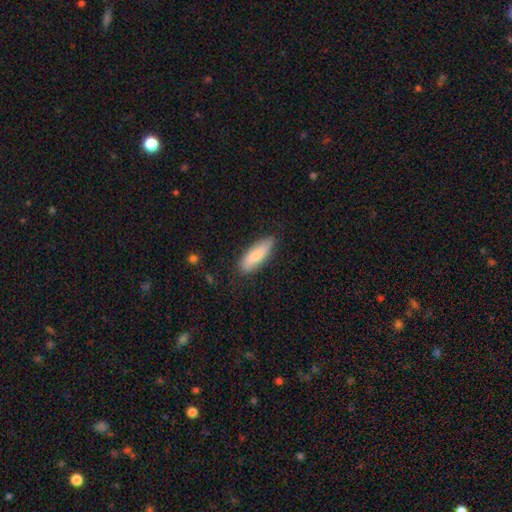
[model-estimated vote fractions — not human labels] A smooth galaxy with no disk features (79%) that is in between round and cigar-shaped (56%).

Vote fractions:
- Smooth or featured? smooth: 79% / featured or disk: 16% / star or artifact: 5%
- How rounded? in between: 56% / cigar-shaped: 42% / round: 2%
- Merging? none: 81% / minor disturbance: 15% / major disturbance: 3% / merger: 1%